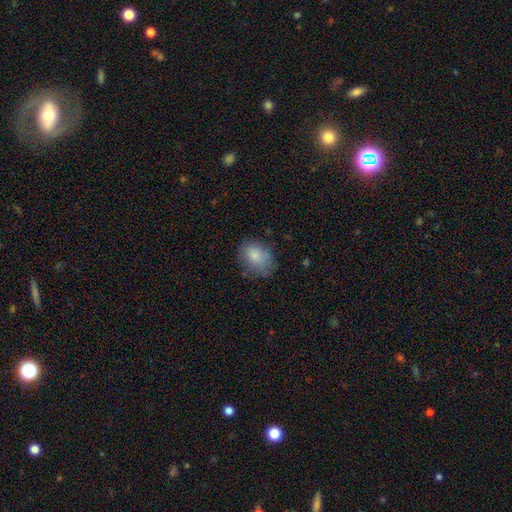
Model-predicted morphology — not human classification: Overall: smooth (80%). How rounded: in between (67%; round 32%). Merging: none (61%; minor disturbance 26%).